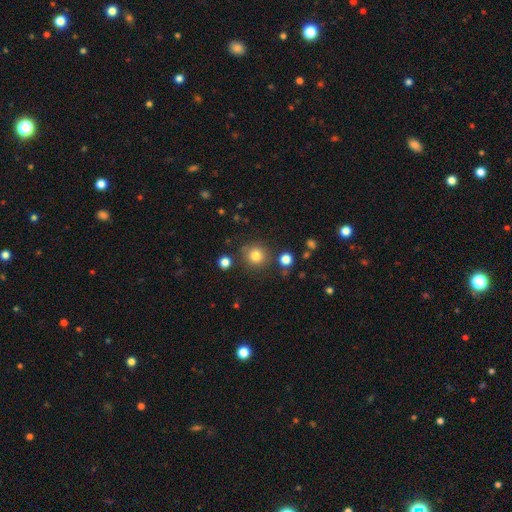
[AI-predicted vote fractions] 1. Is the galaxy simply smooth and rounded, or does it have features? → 82% smooth, 12% star or artifact, 6% featured or disk.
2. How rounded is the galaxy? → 92% round, 7% in between, 1% cigar-shaped.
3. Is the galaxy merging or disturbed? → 83% none, 9% minor disturbance, 5% merger, 3% major disturbance.